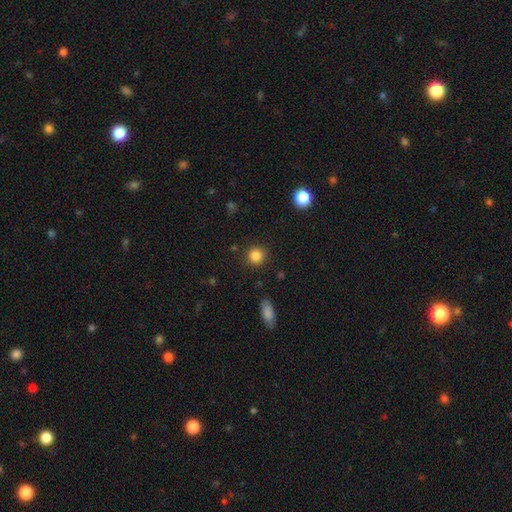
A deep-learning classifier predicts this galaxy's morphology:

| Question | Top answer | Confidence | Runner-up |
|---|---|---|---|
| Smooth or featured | smooth | 85% | star or artifact (11%) |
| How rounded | round | 89% | in between (10%) |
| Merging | none | 88% | minor disturbance (8%) |